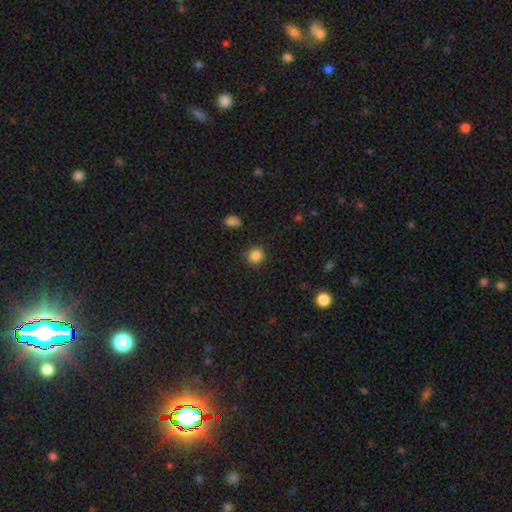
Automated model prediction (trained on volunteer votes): This is clearly a smooth galaxy (85%). How rounded: clearly round (91%). Merging: clearly none (89%).